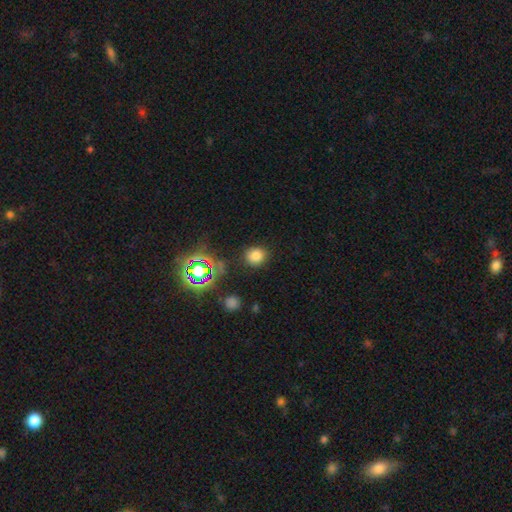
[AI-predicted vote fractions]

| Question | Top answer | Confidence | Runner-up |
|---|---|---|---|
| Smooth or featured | smooth | 76% | star or artifact (18%) |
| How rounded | round | 79% | in between (20%) |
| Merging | none | 84% | minor disturbance (10%) |